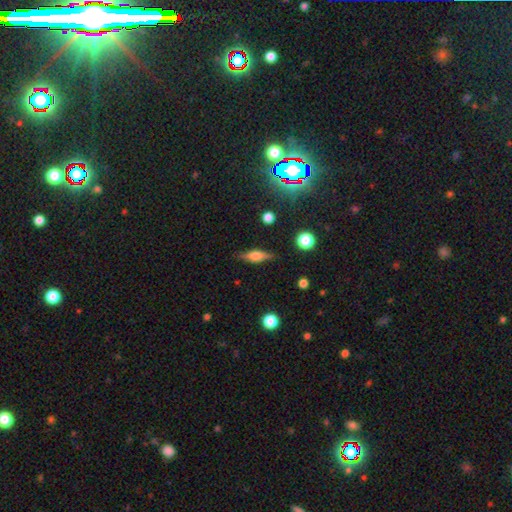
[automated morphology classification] featured or disk 47%, smooth 43%, star or artifact 9%. Down the decision tree: merging — none (84%).